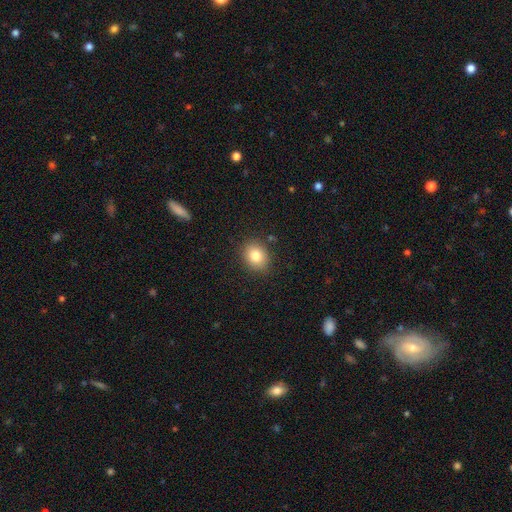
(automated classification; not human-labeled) smooth 82%, star or artifact 10%, featured or disk 8%. Down the decision tree: how rounded — round (59%); merging — none (86%).